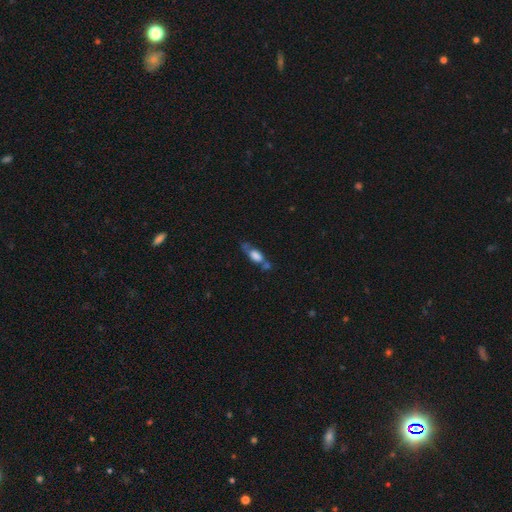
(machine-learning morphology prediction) Smooth or featured? smooth (64%)
How rounded? in between (73%)
Merging? none (36%)